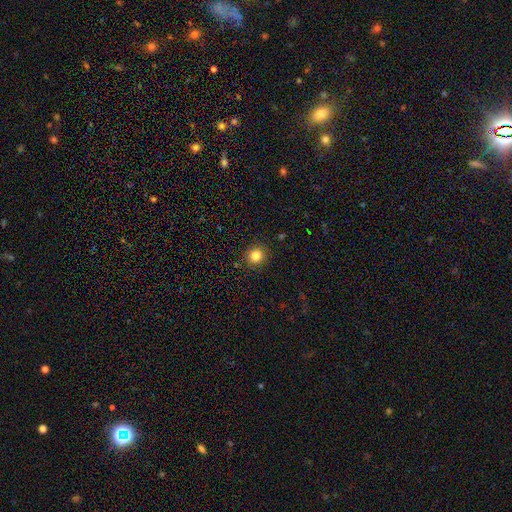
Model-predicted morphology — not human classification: This appears to be a smooth galaxy with no disk features (83%) that is round (92%). Merging: none (91%).